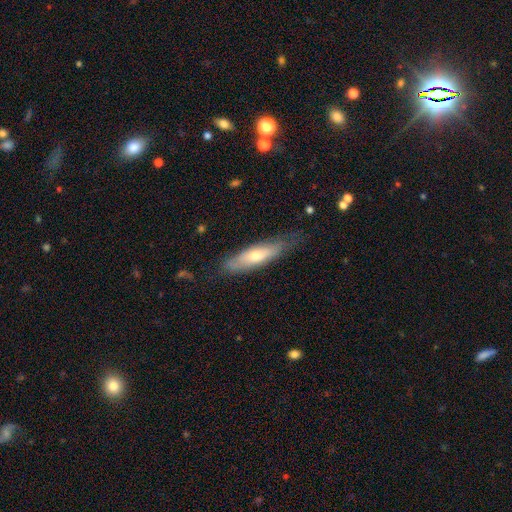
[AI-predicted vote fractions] Smooth or featured? Predicted: smooth (p=0.55). How rounded? Predicted: cigar-shaped (p=0.62). Merging? Predicted: none (p=0.69).